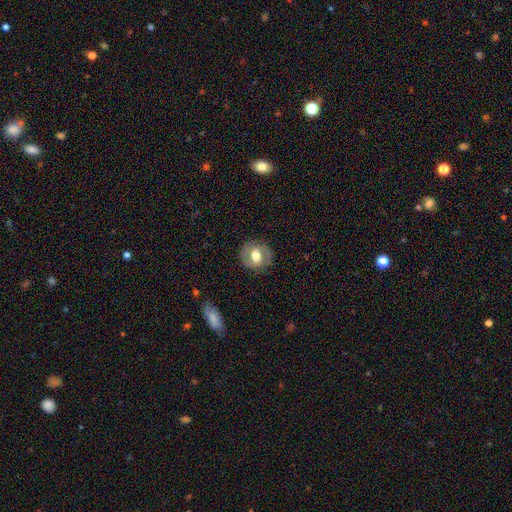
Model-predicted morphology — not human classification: Q: Smooth or featured?
A: smooth (50%); runner-up: featured or disk (43%)
Q: Merging?
A: none (84%); runner-up: minor disturbance (11%)